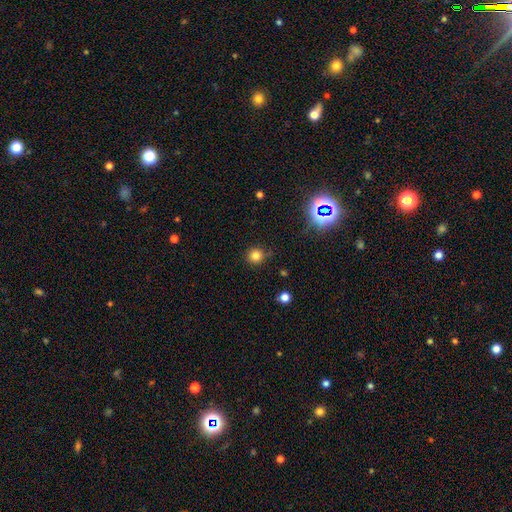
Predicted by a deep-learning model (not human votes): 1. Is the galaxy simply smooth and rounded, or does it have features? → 80% smooth, 15% star or artifact, 5% featured or disk.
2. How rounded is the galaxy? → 93% round, 6% in between, 1% cigar-shaped.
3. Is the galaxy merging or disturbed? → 85% none, 10% minor disturbance, 3% major disturbance, 2% merger.